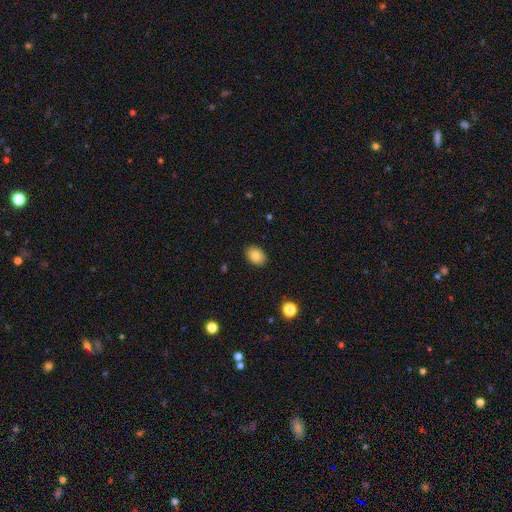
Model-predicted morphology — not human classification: A smooth galaxy with no disk features (84%) that is in between round and cigar-shaped (71%). Merging: none (88%).